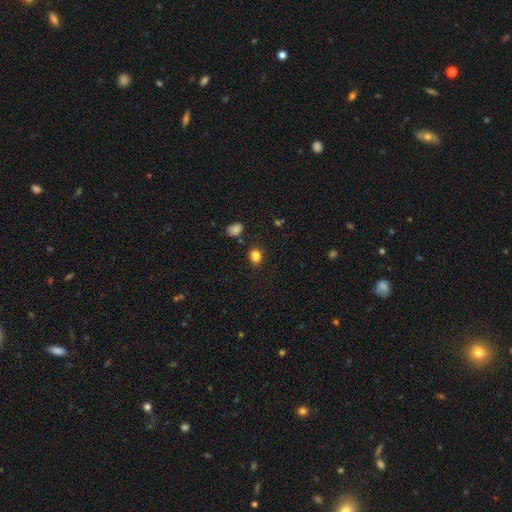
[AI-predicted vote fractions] This appears to be a smooth galaxy with no disk features (82%) that is round (51%). Merging: none (77%).